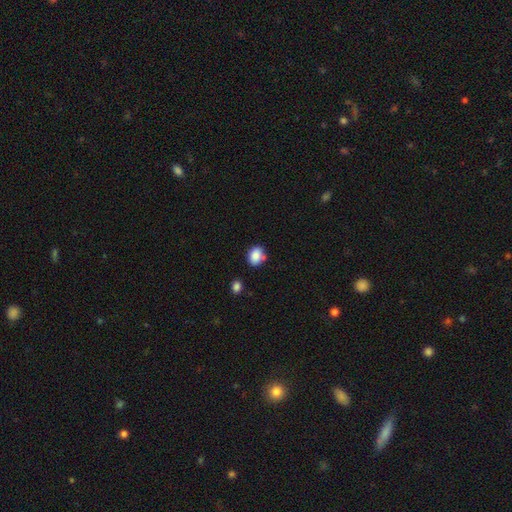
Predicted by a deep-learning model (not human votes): Smooth or featured? smooth (86%)
How rounded? in between (54%)
Merging? none (67%)